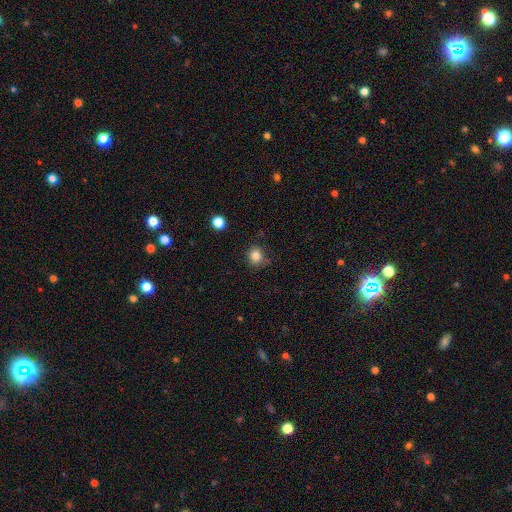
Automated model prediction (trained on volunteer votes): Smooth or featured? Predicted: smooth (p=0.83). How rounded? Predicted: round (p=0.83). Merging? Predicted: none (p=0.80).